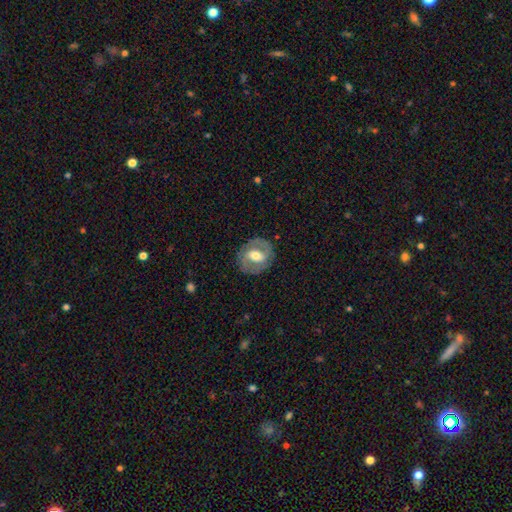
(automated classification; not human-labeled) This appears to be a featured or disk galaxy (58%) with a weak bar (44%), spiral arms (53%) and a moderate central bulge (65%). Merging: none (81%).